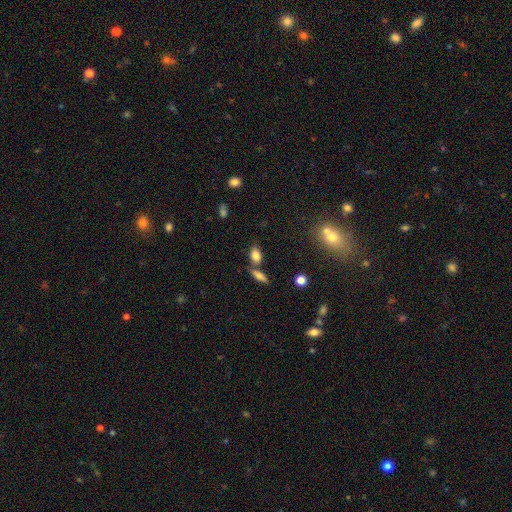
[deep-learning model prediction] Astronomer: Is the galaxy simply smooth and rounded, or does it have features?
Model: smooth — 79%.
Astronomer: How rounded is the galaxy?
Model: in between — 84%.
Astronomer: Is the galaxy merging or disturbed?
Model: none — 57%.